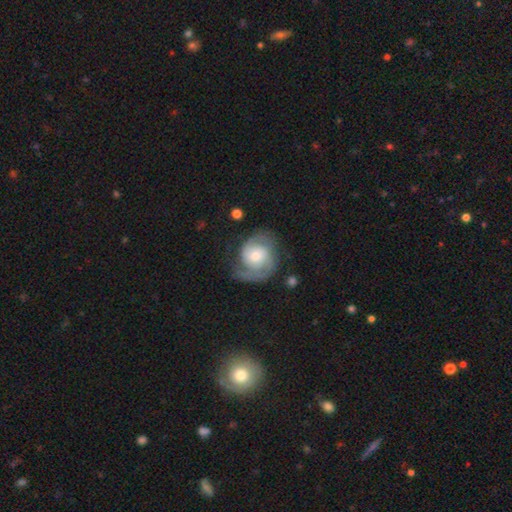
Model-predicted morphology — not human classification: Smooth or featured?
  - featured or disk: 81% *
  - smooth: 13%
  - star or artifact: 6%
Edge-on disk?
  - no: 98% *
  - yes: 2%
Bar?
  - no: 64% *
  - weak: 30%
  - strong: 6%
Spiral arms?
  - yes: 95% *
  - no: 5%
Spiral winding?
  - medium: 43% *
  - tight: 42%
  - loose: 15%
Spiral arm count?
  - 2: 82% *
  - can't tell: 7%
  - 1: 6%
  - 3: 3%
  - 4: 1%
  - more than 4: 1%
Bulge size?
  - moderate: 54% *
  - small: 34%
  - large: 9%
  - none: 2%
  - dominant: 1%
Merging?
  - none: 66% *
  - minor disturbance: 20%
  - major disturbance: 12%
  - merger: 2%